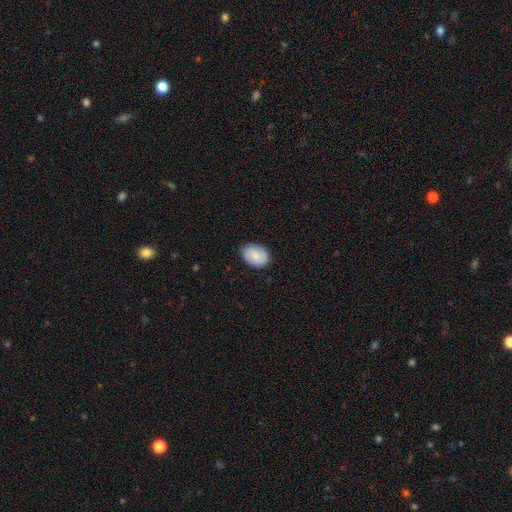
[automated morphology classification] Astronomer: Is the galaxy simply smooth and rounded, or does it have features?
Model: smooth — 83%.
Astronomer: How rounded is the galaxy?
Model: in between — 79%.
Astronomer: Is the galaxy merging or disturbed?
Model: none — 84%.